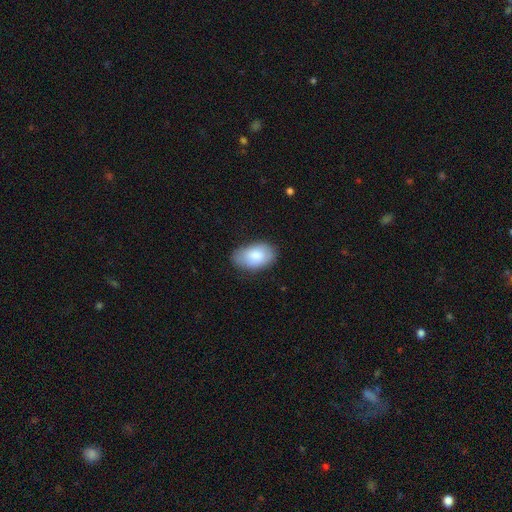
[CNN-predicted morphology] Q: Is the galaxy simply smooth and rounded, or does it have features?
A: smooth — 82%.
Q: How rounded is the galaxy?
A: in between — 94%.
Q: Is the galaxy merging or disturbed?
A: none — 76%.